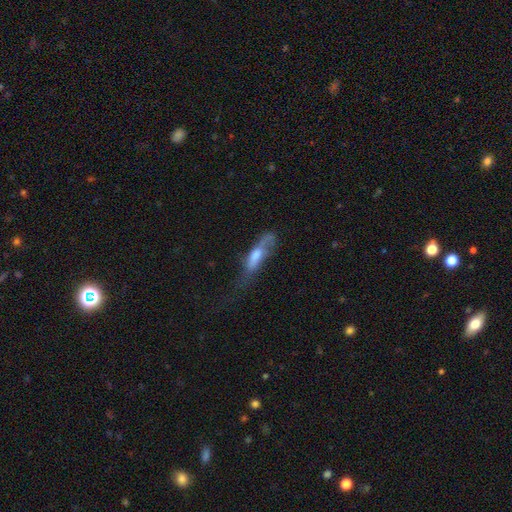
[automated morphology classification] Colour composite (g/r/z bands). It shows a smooth galaxy with no disk features (53%) that is cigar-shaped (62%). Merging: none (35%).